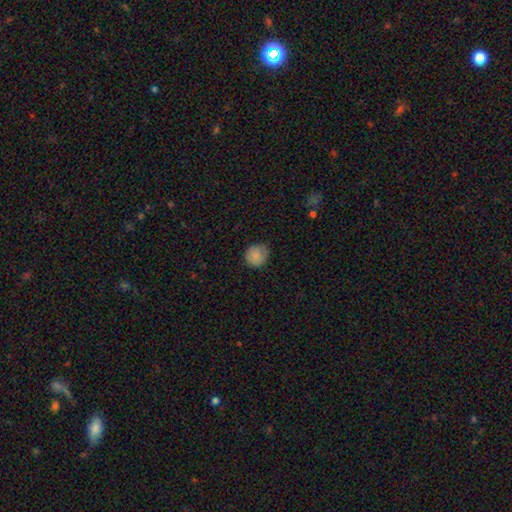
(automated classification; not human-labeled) Overall: smooth (86%). How rounded: round (90%). Merging: none (76%).